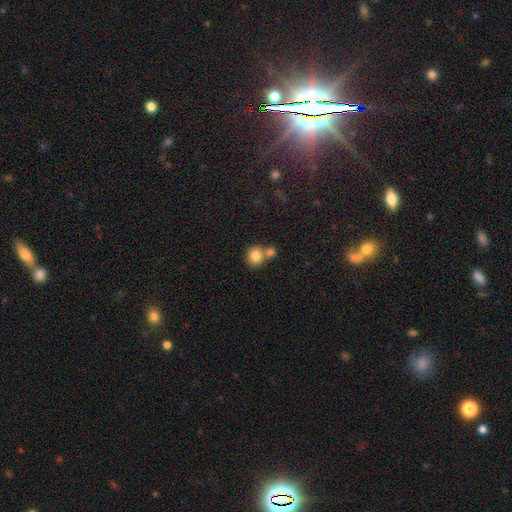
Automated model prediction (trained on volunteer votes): A smooth galaxy with no disk features (81%) that is round (84%).

Vote fractions:
- Smooth or featured? smooth: 81% / star or artifact: 10% / featured or disk: 9%
- How rounded? round: 84% / in between: 15% / cigar-shaped: 1%
- Merging? none: 47% / merger: 43% / minor disturbance: 8% / major disturbance: 3%